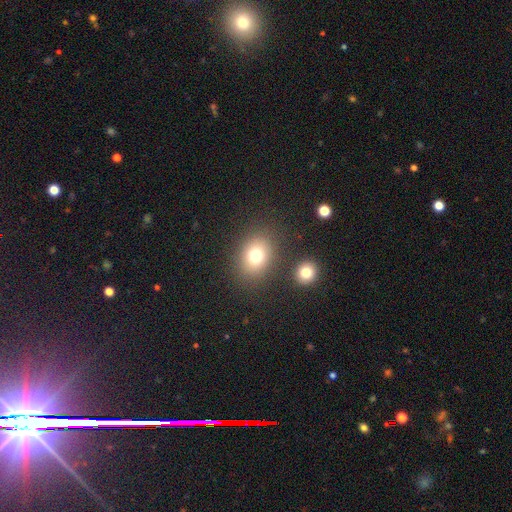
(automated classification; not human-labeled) Smooth or featured: smooth — 75% (star or artifact — 14%)
How rounded: in between — 50% (round — 49%)
Merging: none — 80% (minor disturbance — 9%)